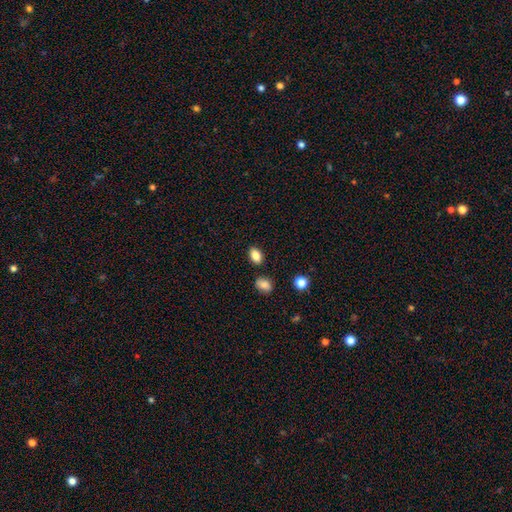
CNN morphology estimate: smooth 84%, star or artifact 9%, featured or disk 7%. Down the decision tree: how rounded — in between (83%); merging — none (85%).